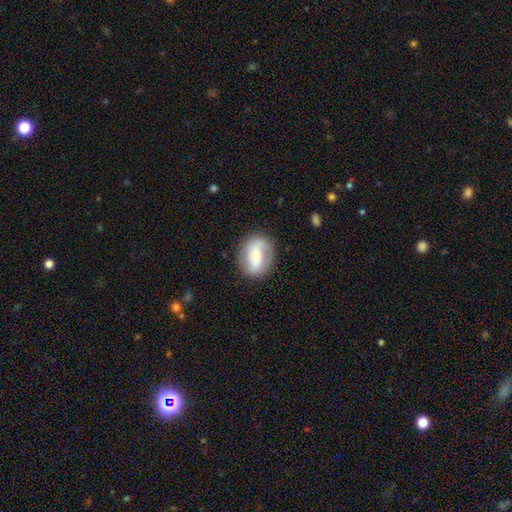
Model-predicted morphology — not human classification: Smooth or featured: featured or disk — 56% (smooth — 38%)
Edge-on disk: no — 96% (yes — 4%)
Bar: weak — 39% (strong — 33%)
Spiral arms: yes — 75% (no — 25%)
Bulge size: moderate — 48% (small — 42%)
Merging: none — 83% (minor disturbance — 12%)